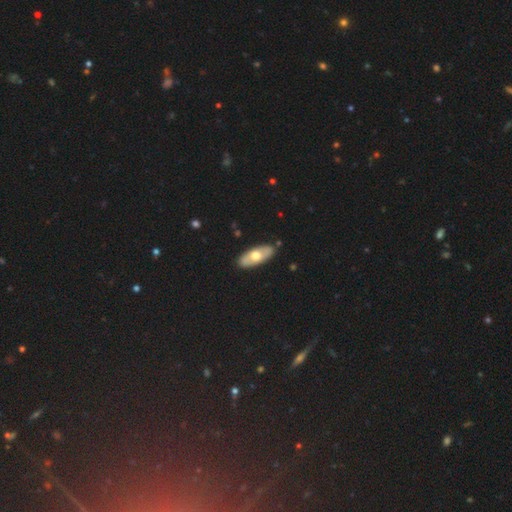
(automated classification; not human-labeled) smooth_or_featured: smooth (p=0.55) [alt: featured or disk p=0.41]
how_rounded: in between (p=0.81) [alt: cigar-shaped p=0.16]
merging: none (p=0.88) [alt: minor disturbance p=0.09]